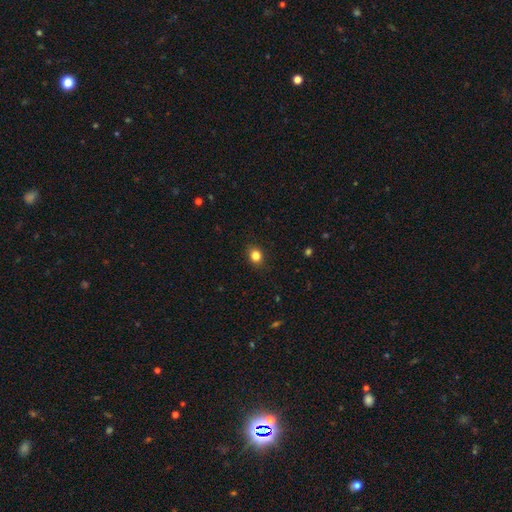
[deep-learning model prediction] This is clearly a smooth galaxy (83%). How rounded: likely round (65%). Merging: clearly none (89%).